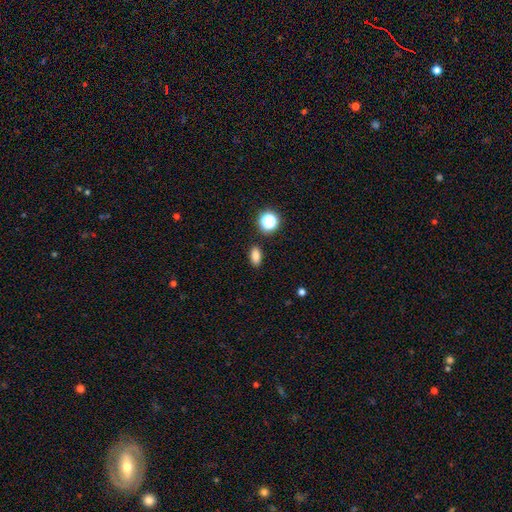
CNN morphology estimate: Q: Smooth or featured?
A: smooth (82%); runner-up: star or artifact (13%)
Q: How rounded?
A: in between (83%); runner-up: round (12%)
Q: Merging?
A: none (88%); runner-up: minor disturbance (8%)